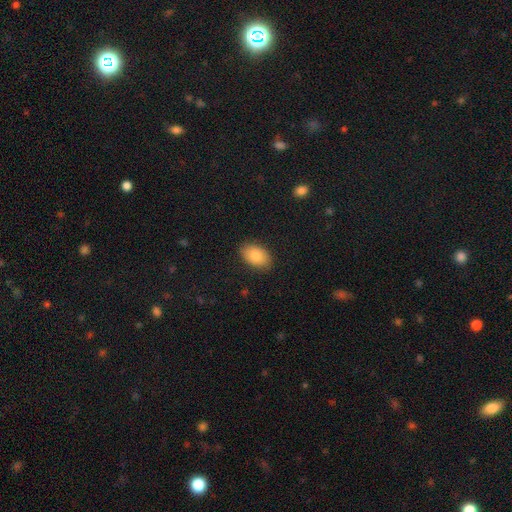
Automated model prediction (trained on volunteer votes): This appears to be a smooth galaxy with no disk features (84%) that is in between round and cigar-shaped (89%). Merging: none (87%).